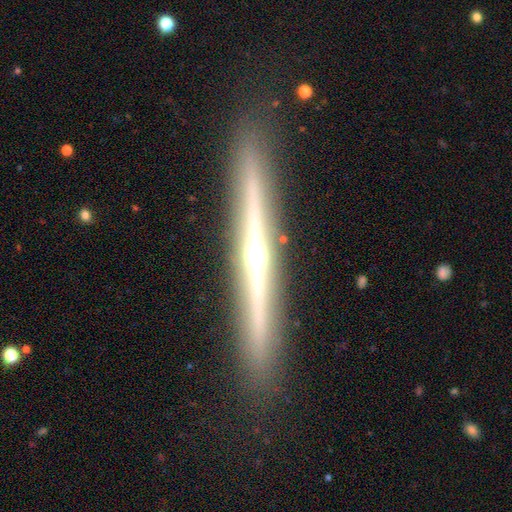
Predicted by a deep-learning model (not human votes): A featured or disk galaxy (83%) viewed edge-on (98%) with a rounded central bulge (85%). Merging: none (90%).